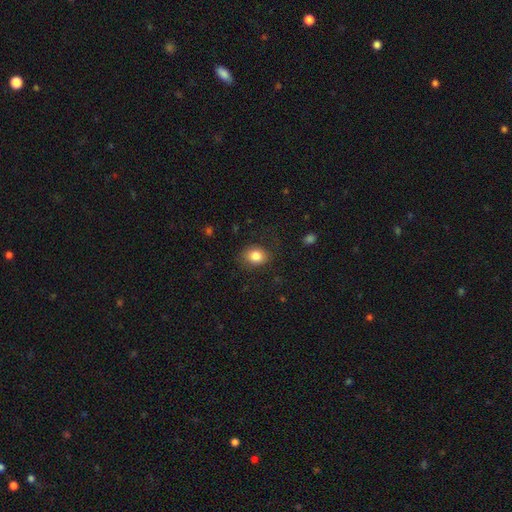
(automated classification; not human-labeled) Overall: smooth (83%). How rounded: in between (56%; round 43%). Merging: none (78%).